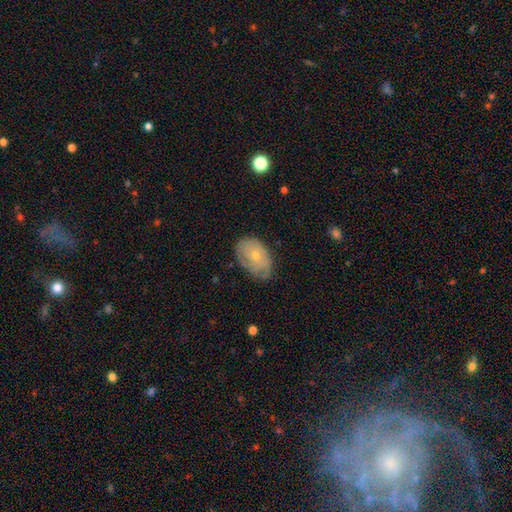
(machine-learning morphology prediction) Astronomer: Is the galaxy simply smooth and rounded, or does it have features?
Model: featured or disk — 54% (runner-up: smooth, 39%).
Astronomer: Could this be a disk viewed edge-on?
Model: no — 95%.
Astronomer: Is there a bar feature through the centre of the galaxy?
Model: no — 84%.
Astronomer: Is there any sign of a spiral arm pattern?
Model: yes — 70%.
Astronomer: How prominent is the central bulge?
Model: small — 67%.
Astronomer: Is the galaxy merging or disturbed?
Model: none — 58%.